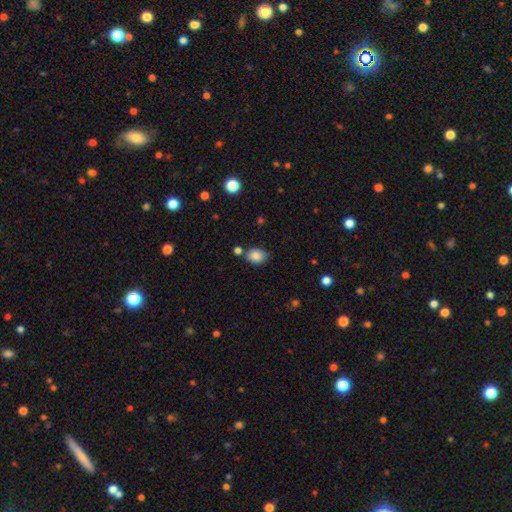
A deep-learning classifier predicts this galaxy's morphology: Smooth or featured: smooth — 86% (star or artifact — 9%)
How rounded: in between — 67% (round — 32%)
Merging: none — 73% (minor disturbance — 14%)